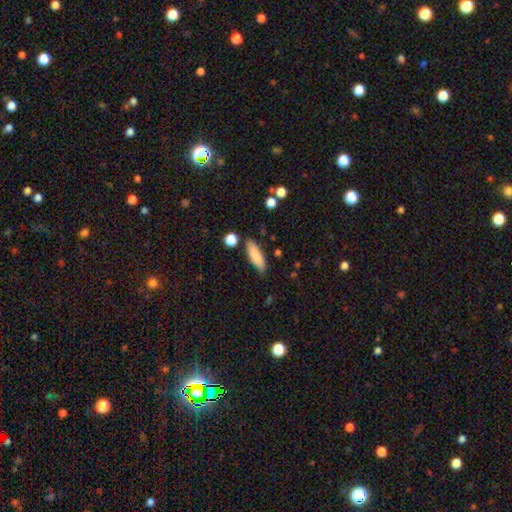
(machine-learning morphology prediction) Smooth or featured? smooth (85%)
How rounded? in between (54%)
Merging? none (80%)